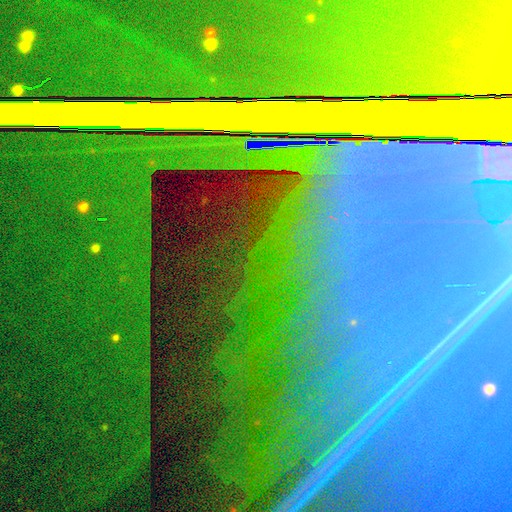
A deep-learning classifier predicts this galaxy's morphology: Smooth or featured? star or artifact (86%)